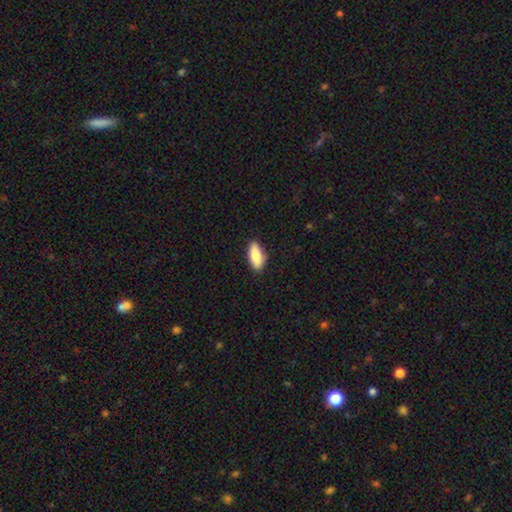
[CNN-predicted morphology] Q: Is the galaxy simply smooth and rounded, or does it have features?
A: smooth — 85%.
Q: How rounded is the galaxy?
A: in between — 76%.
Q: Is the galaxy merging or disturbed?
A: none — 87%.